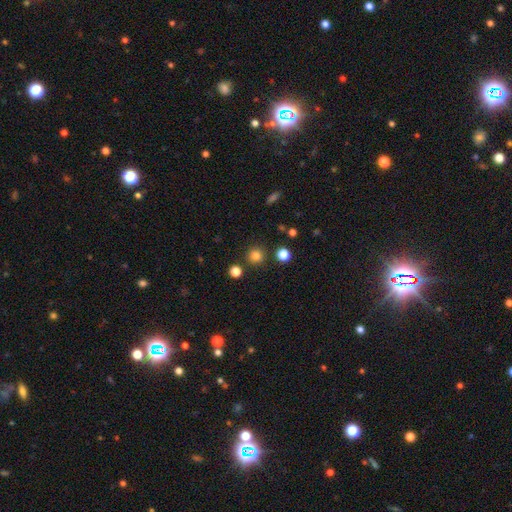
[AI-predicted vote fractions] This is clearly a smooth galaxy (82%). How rounded: clearly round (94%). Merging: clearly none (87%).